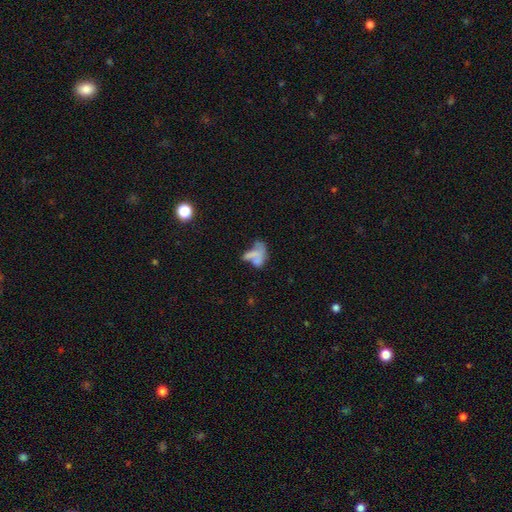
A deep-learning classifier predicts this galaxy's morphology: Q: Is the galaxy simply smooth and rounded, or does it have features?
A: smooth — 52%.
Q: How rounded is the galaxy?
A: in between — 83%.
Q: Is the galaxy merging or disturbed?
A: merger — 40%.